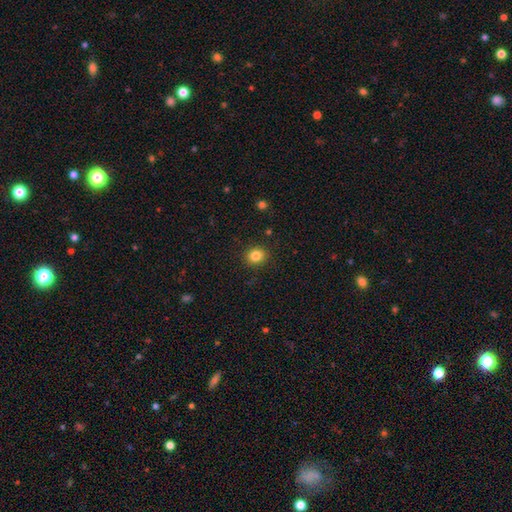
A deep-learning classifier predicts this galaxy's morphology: Smooth or featured? Predicted: smooth (p=0.83). How rounded? Predicted: round (p=0.78). Merging? Predicted: none (p=0.89).